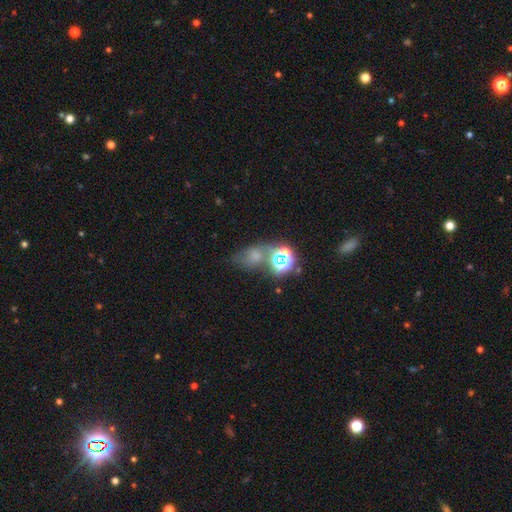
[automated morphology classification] Smooth or featured?
  - smooth: 44% *
  - star or artifact: 35%
  - featured or disk: 21%
Merging?
  - none: 41% *
  - merger: 24%
  - minor disturbance: 19%
  - major disturbance: 16%